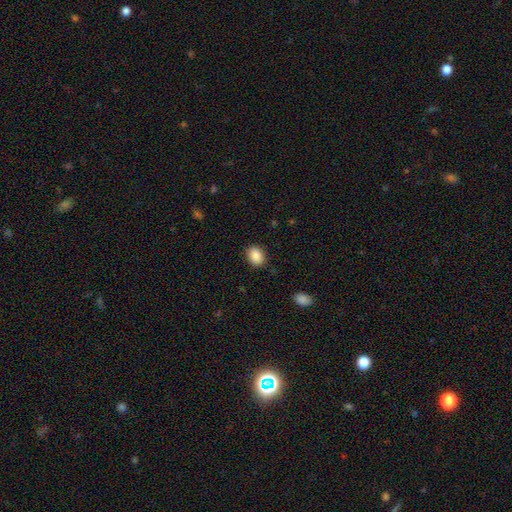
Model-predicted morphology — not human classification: Smooth or featured?
  - smooth: 88% *
  - star or artifact: 8%
  - featured or disk: 4%
How rounded?
  - in between: 65% *
  - round: 34%
  - cigar-shaped: 1%
Merging?
  - none: 88% *
  - minor disturbance: 9%
  - major disturbance: 2%
  - merger: 1%